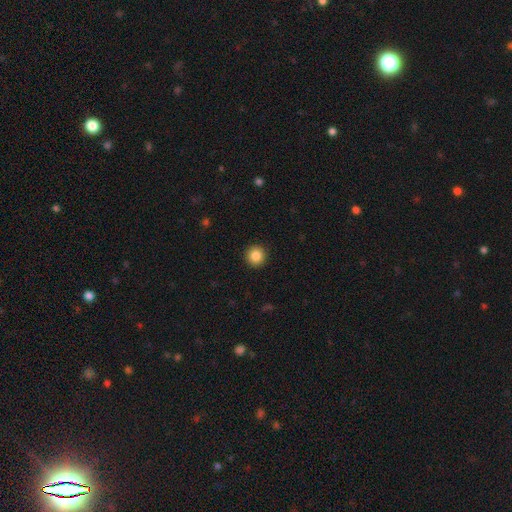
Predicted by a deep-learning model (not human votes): Q: Smooth or featured?
A: smooth (85%); runner-up: star or artifact (9%)
Q: How rounded?
A: round (95%); runner-up: in between (4%)
Q: Merging?
A: none (93%); runner-up: minor disturbance (4%)